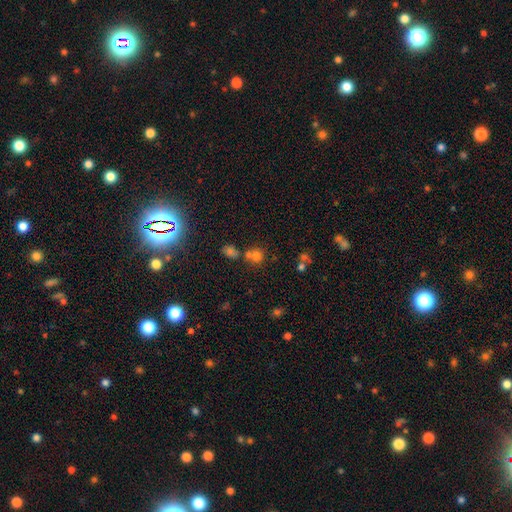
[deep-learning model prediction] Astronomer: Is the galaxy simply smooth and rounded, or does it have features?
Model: smooth — 71%.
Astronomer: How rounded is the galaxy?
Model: round — 86%.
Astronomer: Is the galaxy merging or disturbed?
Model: none — 53% (runner-up: merger, 35%).